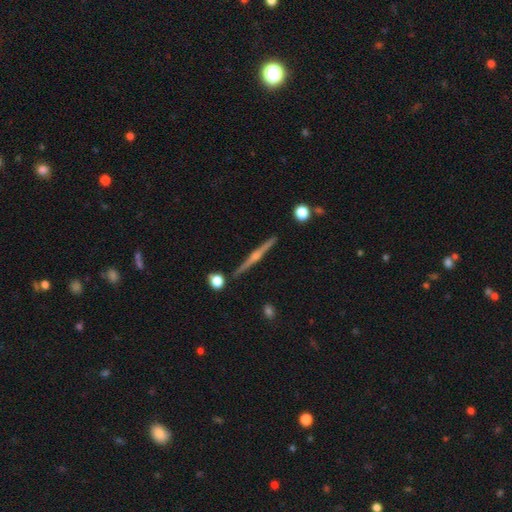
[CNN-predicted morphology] A featured or disk galaxy (78%) viewed edge-on (97%) with a rounded central bulge (82%).

Vote fractions:
- Smooth or featured? featured or disk: 78% / smooth: 13% / star or artifact: 9%
- Edge-on disk? yes: 97% / no: 3%
- Edge-on bulge? rounded: 82% / none: 11% / boxy: 7%
- Merging? none: 87% / minor disturbance: 7% / merger: 3% / major disturbance: 2%